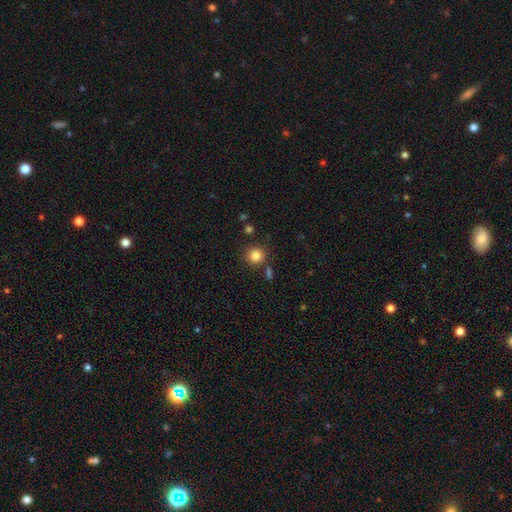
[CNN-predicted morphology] Overall: smooth (83%). How rounded: round (92%). Merging: none (83%).